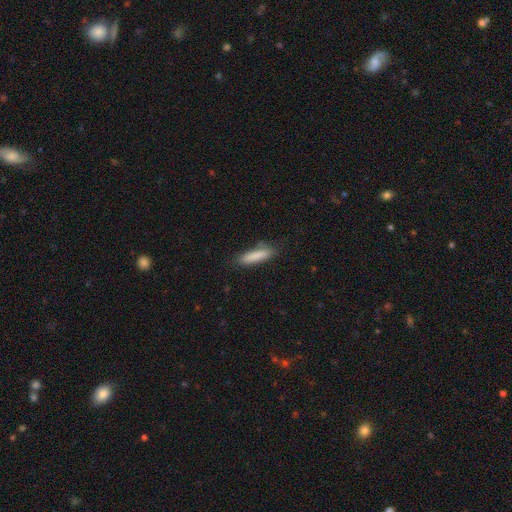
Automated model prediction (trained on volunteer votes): smooth_or_featured: smooth (p=0.85) [alt: featured or disk p=0.09]
how_rounded: cigar-shaped (p=0.74) [alt: in between p=0.24]
merging: none (p=0.78) [alt: minor disturbance p=0.16]